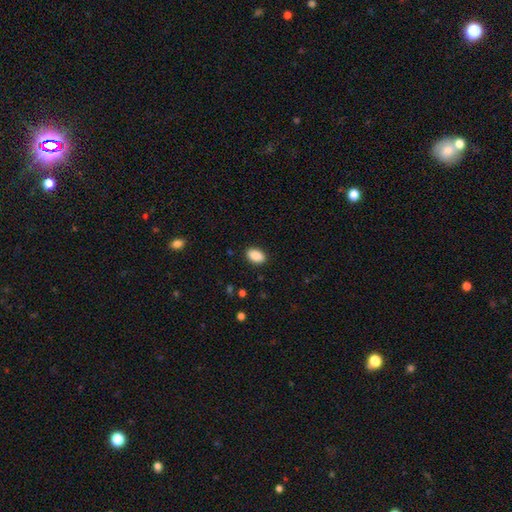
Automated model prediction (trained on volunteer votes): Smooth or featured? smooth (88%)
How rounded? in between (90%)
Merging? none (89%)